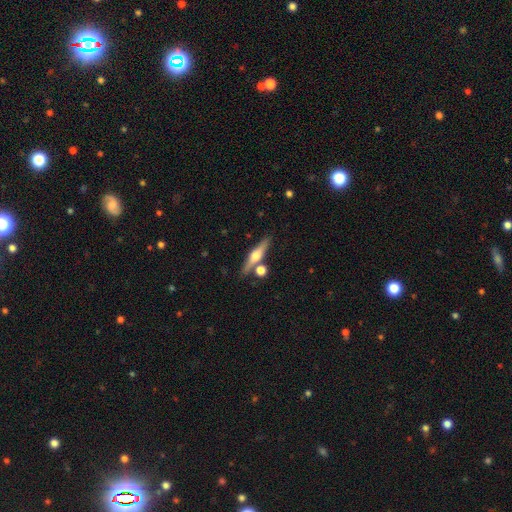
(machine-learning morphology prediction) Smooth or featured?
  - featured or disk: 64% *
  - smooth: 30%
  - star or artifact: 7%
Edge-on disk?
  - yes: 95% *
  - no: 5%
Edge-on bulge?
  - rounded: 94% *
  - boxy: 4%
  - none: 3%
Merging?
  - none: 76% *
  - merger: 12%
  - minor disturbance: 9%
  - major disturbance: 3%